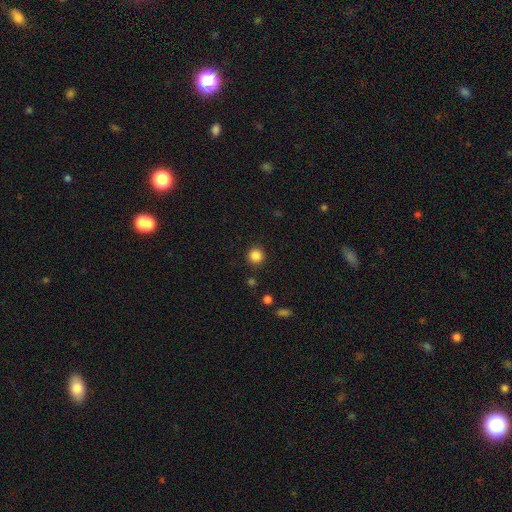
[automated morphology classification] smooth 86%, star or artifact 11%, featured or disk 3%. Down the decision tree: how rounded — round (94%); merging — none (90%).